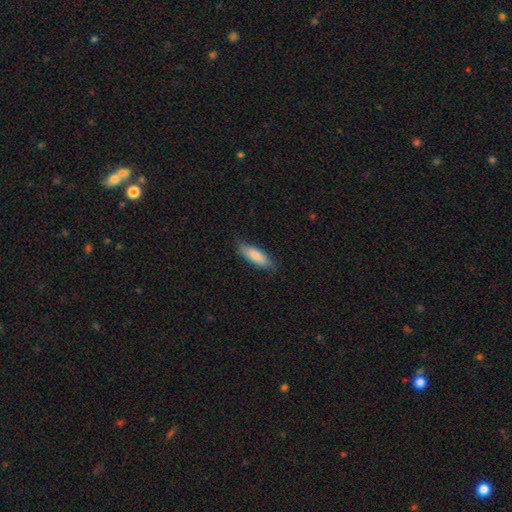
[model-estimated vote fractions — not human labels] Smooth or featured?
  - smooth: 84% *
  - featured or disk: 11%
  - star or artifact: 5%
How rounded?
  - in between: 56% *
  - cigar-shaped: 42%
  - round: 2%
Merging?
  - none: 78% *
  - minor disturbance: 18%
  - major disturbance: 3%
  - merger: 1%